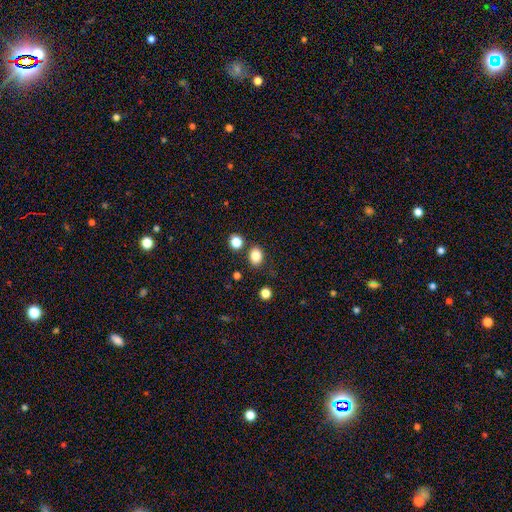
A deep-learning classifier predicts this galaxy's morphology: Smooth or featured?
  - smooth: 84% *
  - star or artifact: 11%
  - featured or disk: 5%
How rounded?
  - in between: 56% *
  - round: 43%
  - cigar-shaped: 1%
Merging?
  - none: 80% *
  - minor disturbance: 11%
  - merger: 6%
  - major disturbance: 3%